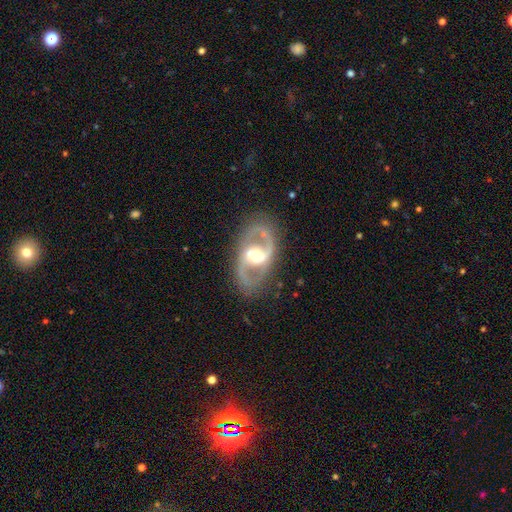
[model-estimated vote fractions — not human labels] The model was most divided on "bar": weak: 36%, no: 34%, strong: 30%. More confident: edge-on disk — no (95%); spiral arm count — 2 (89%); smooth or featured — featured or disk (85%); merging — none (82%); spiral arms — yes (81%); bulge size — moderate (67%); spiral winding — medium (54%).